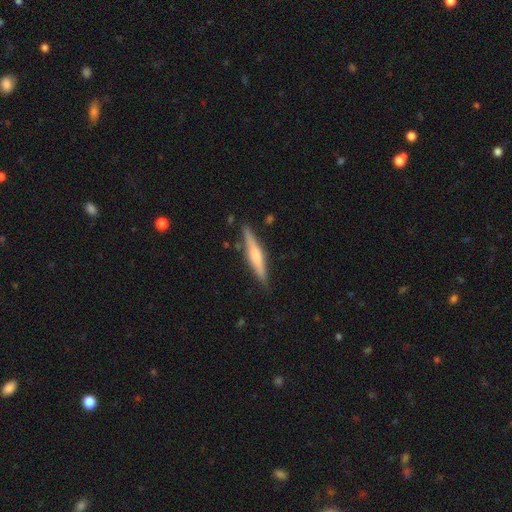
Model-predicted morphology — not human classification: Smooth or featured? featured or disk (51%)
Edge-on disk? yes (96%)
Merging? none (86%)